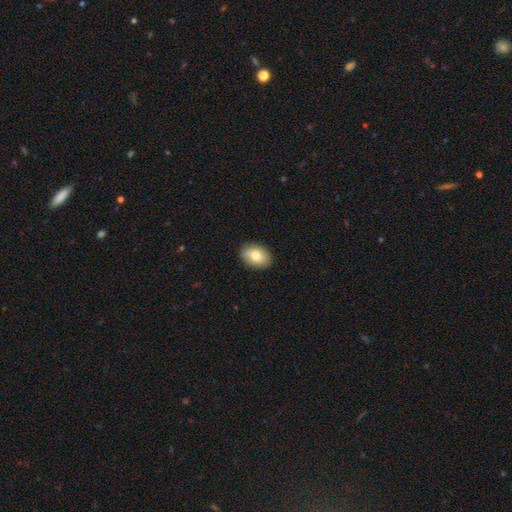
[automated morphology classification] Q: Smooth or featured?
A: smooth (77%); runner-up: featured or disk (16%)
Q: How rounded?
A: in between (75%); runner-up: round (24%)
Q: Merging?
A: none (85%); runner-up: minor disturbance (12%)